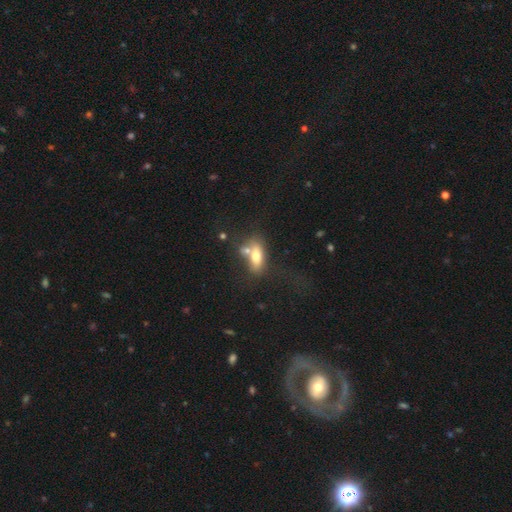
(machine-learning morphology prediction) Overall: smooth (67%). How rounded: in between (77%). Merging: none (41%; merger 34%).